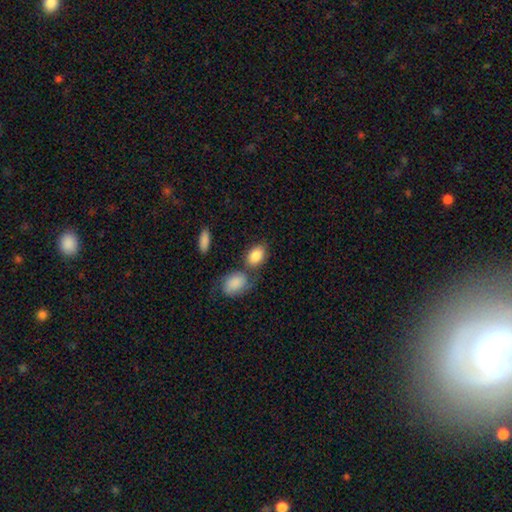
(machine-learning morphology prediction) Smooth or featured? smooth (84%)
How rounded? in between (83%)
Merging? none (48%)